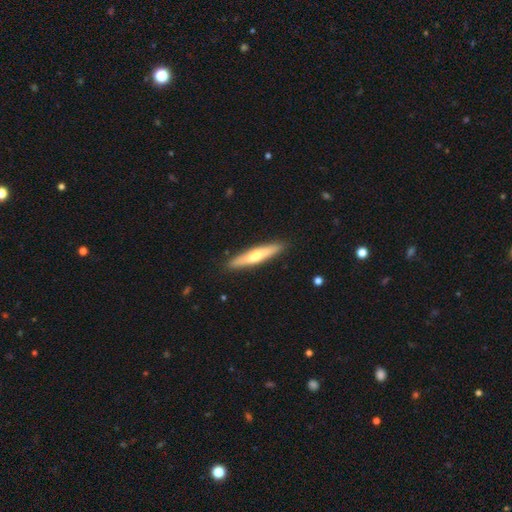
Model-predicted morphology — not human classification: smooth-or-featured: smooth: 49% | featured or disk: 46% | star or artifact: 5%
  merging: none: 90% | minor disturbance: 7% | major disturbance: 1% | merger: 1%